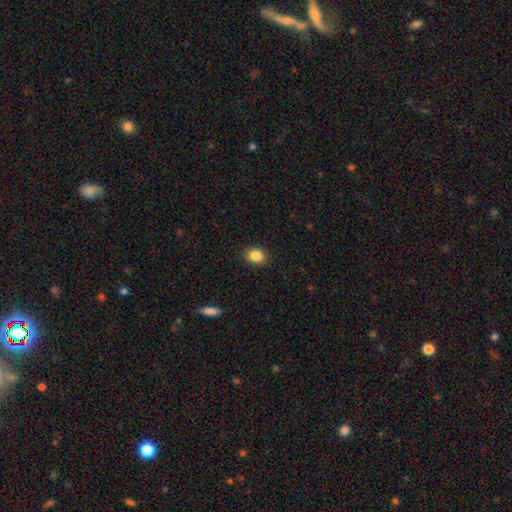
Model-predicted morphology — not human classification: A smooth galaxy with no disk features (86%) that is round (53%).

Vote fractions:
- Smooth or featured? smooth: 86% / star or artifact: 9% / featured or disk: 4%
- How rounded? round: 53% / in between: 46% / cigar-shaped: 1%
- Merging? none: 90% / minor disturbance: 7% / major disturbance: 2% / merger: 1%